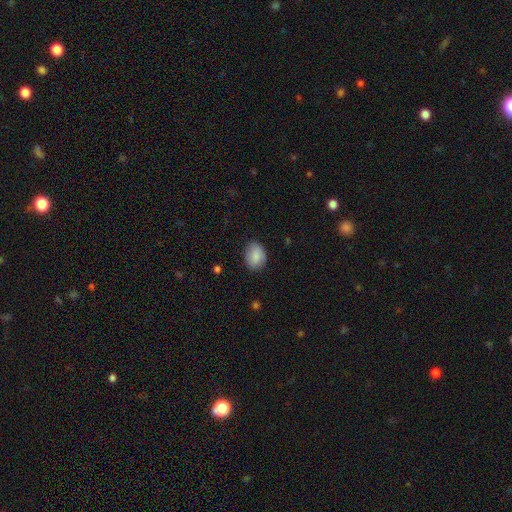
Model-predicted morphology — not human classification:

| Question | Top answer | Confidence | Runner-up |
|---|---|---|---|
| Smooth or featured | smooth | 87% | star or artifact (7%) |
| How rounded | in between | 72% | round (27%) |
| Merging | none | 83% | minor disturbance (13%) |